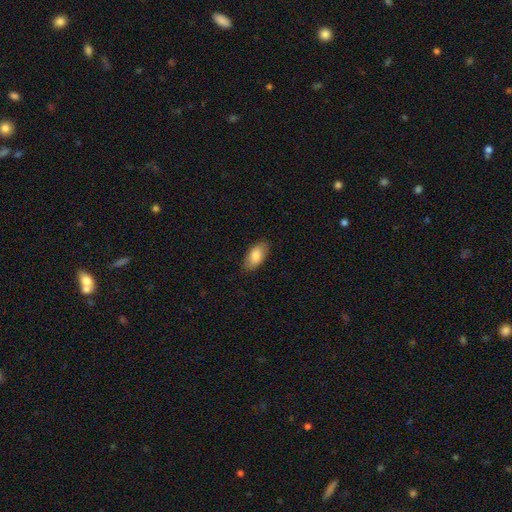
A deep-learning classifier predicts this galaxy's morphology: type=smooth (85%); roundness=in between (92%); merging=none (84%).